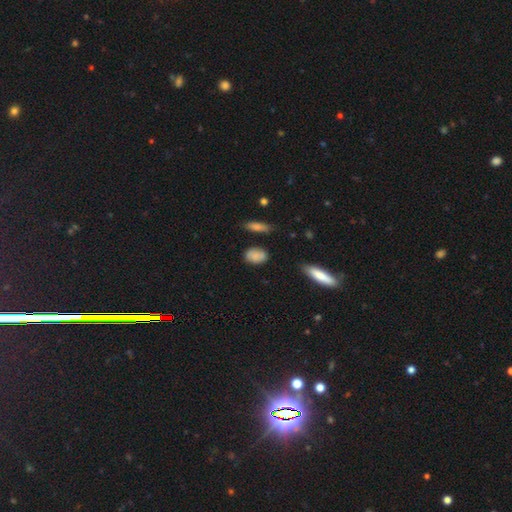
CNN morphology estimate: Smooth or featured?
  - smooth: 85% *
  - star or artifact: 8%
  - featured or disk: 7%
How rounded?
  - in between: 80% *
  - round: 17%
  - cigar-shaped: 4%
Merging?
  - none: 76% *
  - minor disturbance: 17%
  - major disturbance: 4%
  - merger: 4%